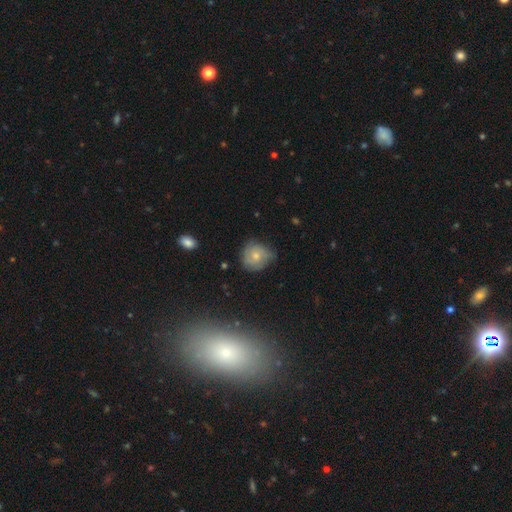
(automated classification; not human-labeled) smooth_or_featured: smooth (p=0.57) [alt: featured or disk p=0.34]
how_rounded: round (p=0.79) [alt: in between p=0.20]
merging: none (p=0.57) [alt: minor disturbance p=0.33]